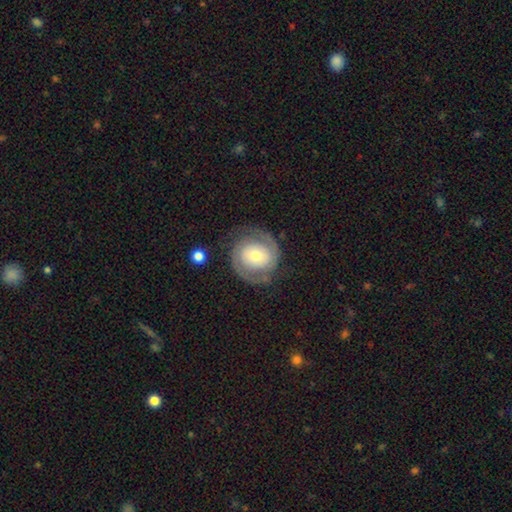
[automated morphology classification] Smooth or featured? Predicted: featured or disk (p=0.82). Edge-on disk? Predicted: no (p=0.98). Bar? Predicted: no (p=0.69). Spiral arms? Predicted: yes (p=0.94). Spiral winding? Predicted: tight (p=0.57). Spiral arm count? Predicted: 2 (p=0.90). Bulge size? Predicted: moderate (p=0.58). Merging? Predicted: none (p=0.80).